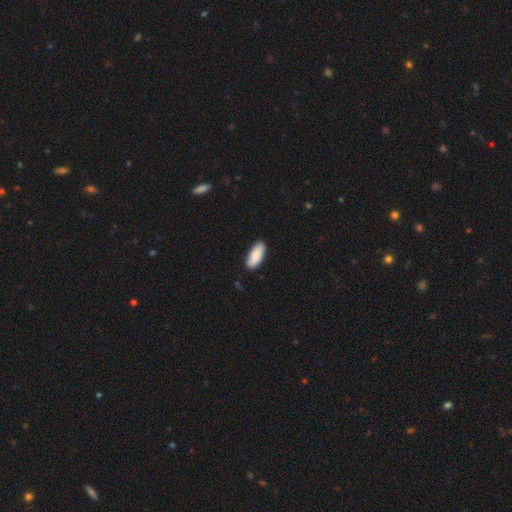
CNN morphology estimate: smooth-or-featured: smooth: 85% | featured or disk: 10% | star or artifact: 6%
  how-rounded: in between: 84% | cigar-shaped: 14% | round: 2%
  merging: none: 84% | minor disturbance: 13% | major disturbance: 2% | merger: 1%